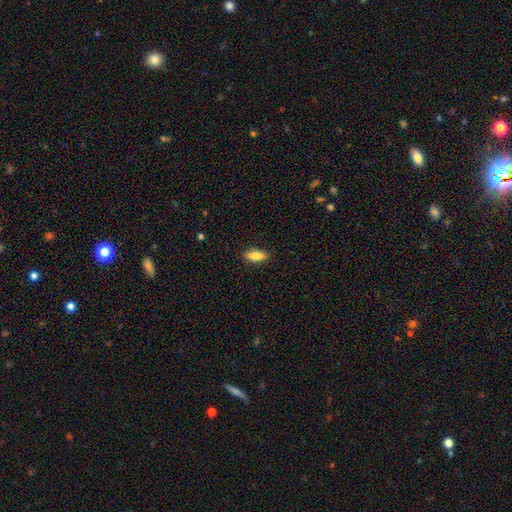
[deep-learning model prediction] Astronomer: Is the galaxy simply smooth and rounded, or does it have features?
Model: smooth — 80%.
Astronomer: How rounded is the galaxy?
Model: in between — 70%.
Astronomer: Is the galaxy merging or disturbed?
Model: none — 88%.